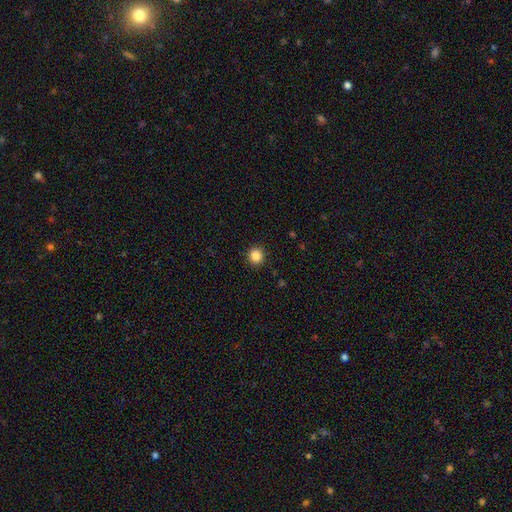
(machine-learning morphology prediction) Q: Smooth or featured?
A: smooth (86%); runner-up: star or artifact (11%)
Q: How rounded?
A: round (93%); runner-up: in between (6%)
Q: Merging?
A: none (92%); runner-up: minor disturbance (5%)